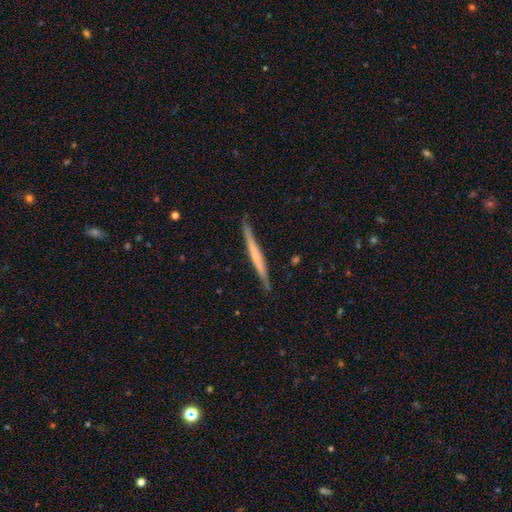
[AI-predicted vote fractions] This appears to be a featured or disk galaxy (54%) viewed edge-on (97%) with no central bulge (74%). Merging: none (90%).